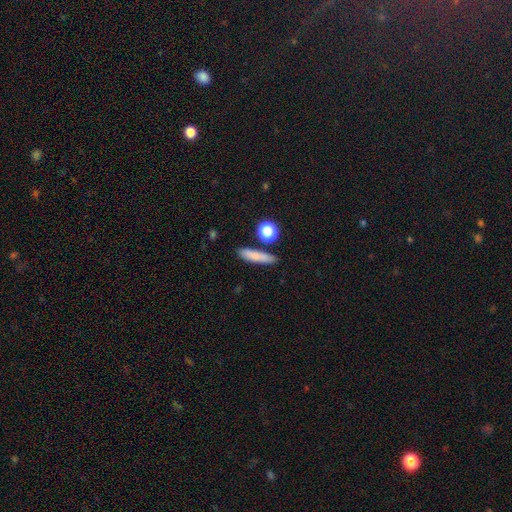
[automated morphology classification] Smooth or featured: smooth — 78% (featured or disk — 12%)
How rounded: cigar-shaped — 74% (in between — 19%)
Merging: none — 81% (minor disturbance — 11%)